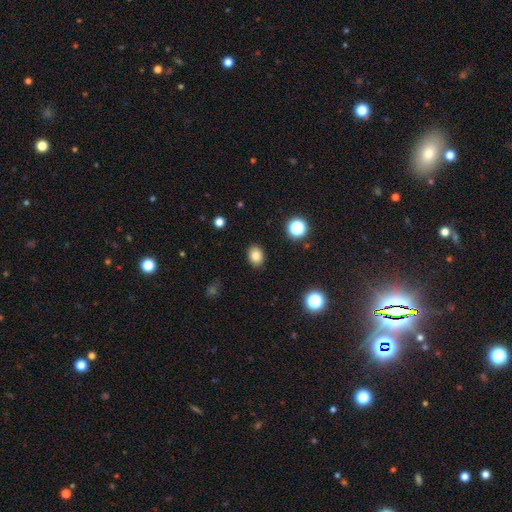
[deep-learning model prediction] This appears to be a smooth galaxy with no disk features (83%) that is in between round and cigar-shaped (62%). Merging: none (88%).